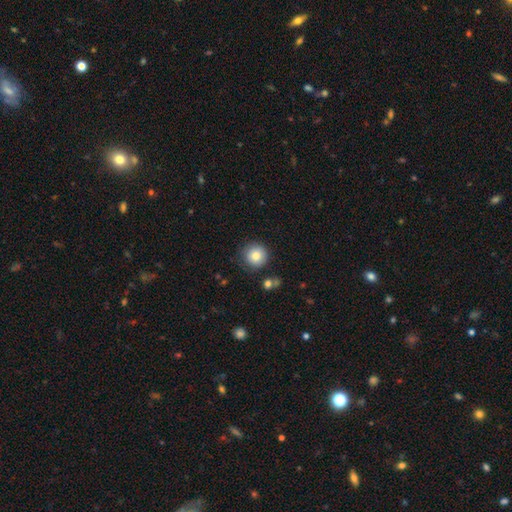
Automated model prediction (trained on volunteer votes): smooth-or-featured: smooth: 83% | star or artifact: 9% | featured or disk: 7%
  how-rounded: round: 94% | in between: 5% | cigar-shaped: 1%
  merging: none: 82% | minor disturbance: 11% | merger: 3% | major disturbance: 3%